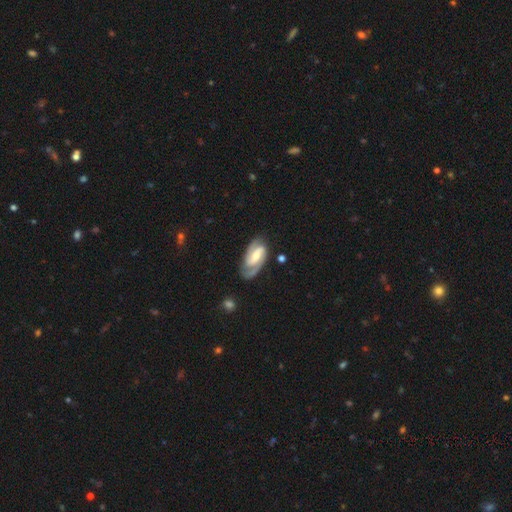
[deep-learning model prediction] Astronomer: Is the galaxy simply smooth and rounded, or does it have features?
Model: featured or disk — 85%.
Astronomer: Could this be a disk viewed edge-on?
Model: no — 97%.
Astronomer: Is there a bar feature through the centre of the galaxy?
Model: weak — 42% (runner-up: strong, 37%).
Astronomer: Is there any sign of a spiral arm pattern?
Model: yes — 97%.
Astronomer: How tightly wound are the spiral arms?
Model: medium — 46% (runner-up: tight, 41%).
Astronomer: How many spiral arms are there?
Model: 2 — 88%.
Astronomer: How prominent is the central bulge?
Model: moderate — 47% (runner-up: small, 40%).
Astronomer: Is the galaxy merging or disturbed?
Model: none — 76%.